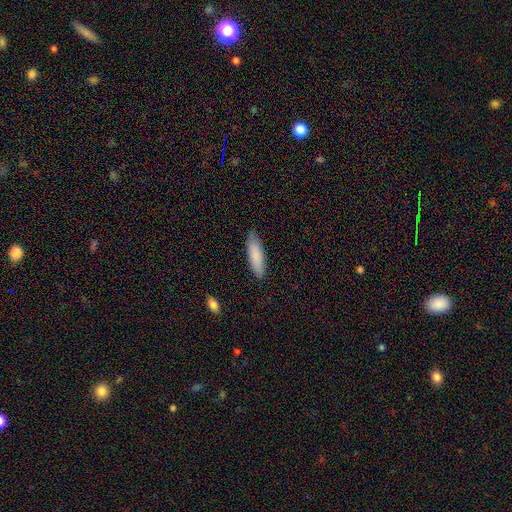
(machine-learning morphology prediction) type=smooth (86%); roundness=cigar-shaped (61%); merging=none (84%).